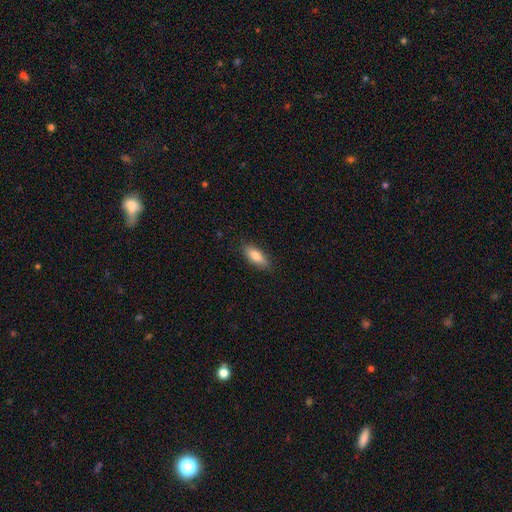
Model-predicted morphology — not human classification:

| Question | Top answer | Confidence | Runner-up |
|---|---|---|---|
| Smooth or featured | smooth | 81% | featured or disk (13%) |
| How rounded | in between | 72% | cigar-shaped (25%) |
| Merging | none | 85% | minor disturbance (11%) |